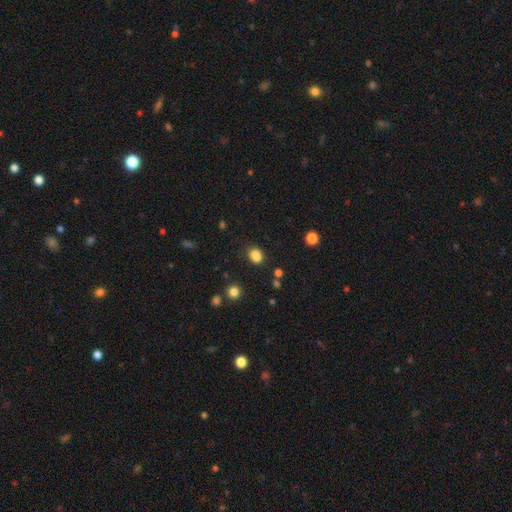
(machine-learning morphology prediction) The model was most divided on "how rounded": in between: 59%, round: 40%, cigar-shaped: 1%. More confident: smooth or featured — smooth (82%); merging — none (70%).